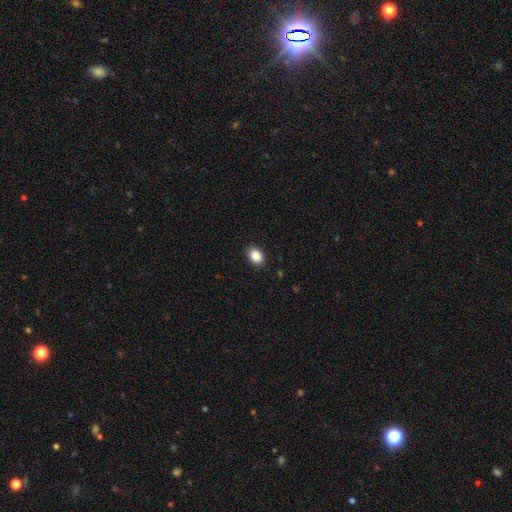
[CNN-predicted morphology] Smooth or featured? smooth (88%)
How rounded? in between (72%)
Merging? none (90%)